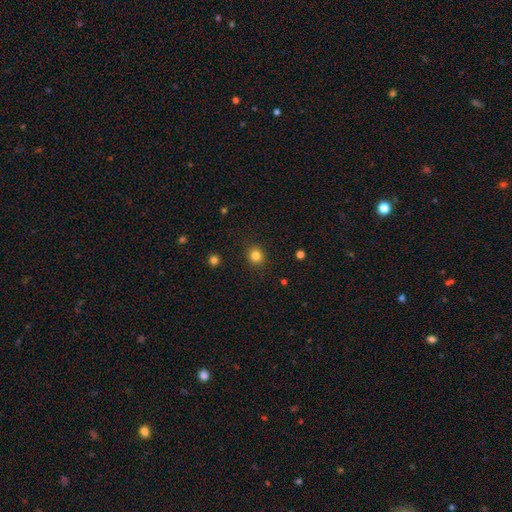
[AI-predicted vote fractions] This is clearly a smooth galaxy (83%). How rounded: clearly round (87%). Merging: clearly none (90%).